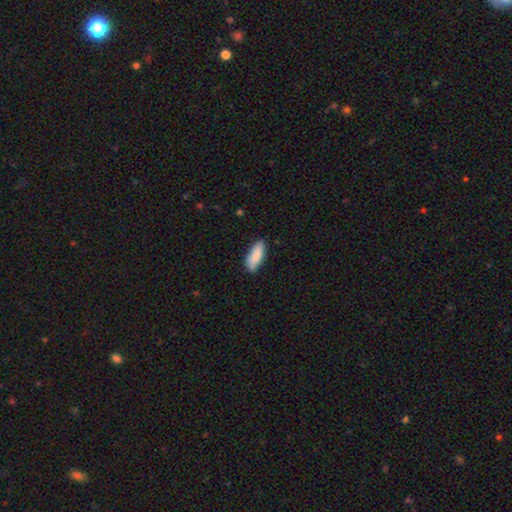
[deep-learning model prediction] This appears to be a smooth galaxy with no disk features (87%) that is in between round and cigar-shaped (71%). Merging: none (78%).